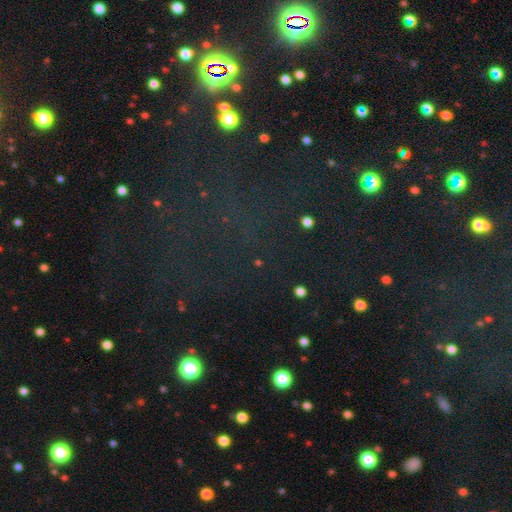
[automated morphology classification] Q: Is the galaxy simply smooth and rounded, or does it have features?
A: star or artifact — 69%.